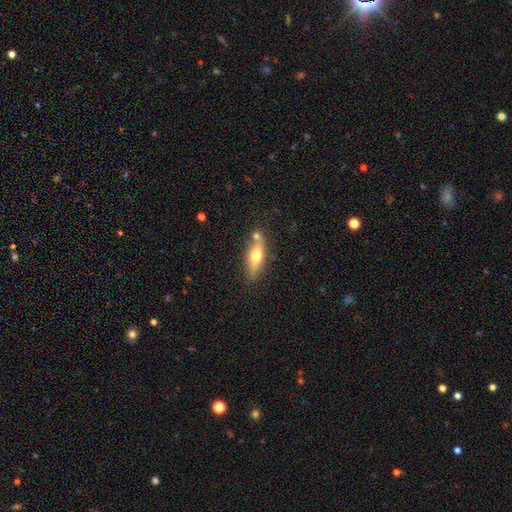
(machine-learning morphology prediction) A smooth galaxy with no disk features (55%) that is in between round and cigar-shaped (48%, tied with cigar-shaped). Merging: none (69%).